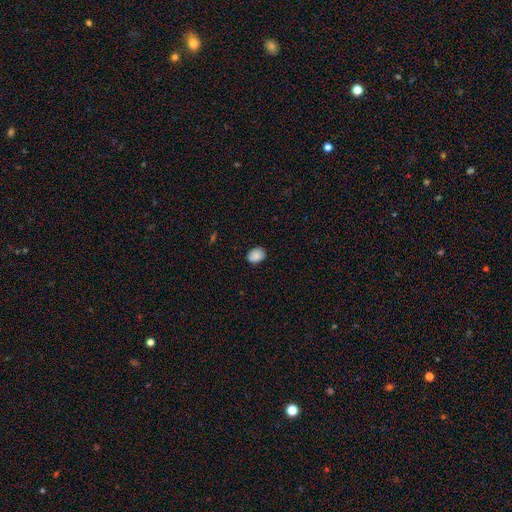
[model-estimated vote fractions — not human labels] smooth-or-featured: smooth: 88% | star or artifact: 8% | featured or disk: 4%
  how-rounded: in between: 62% | round: 37% | cigar-shaped: 1%
  merging: none: 85% | minor disturbance: 12% | major disturbance: 2% | merger: 1%